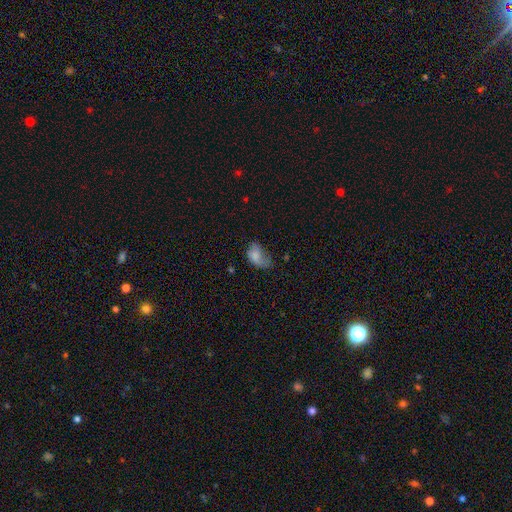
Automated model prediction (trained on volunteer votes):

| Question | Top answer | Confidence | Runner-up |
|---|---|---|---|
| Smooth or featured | smooth | 68% | featured or disk (22%) |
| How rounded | in between | 88% | round (10%) |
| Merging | minor disturbance | 34% | major disturbance (33%) |